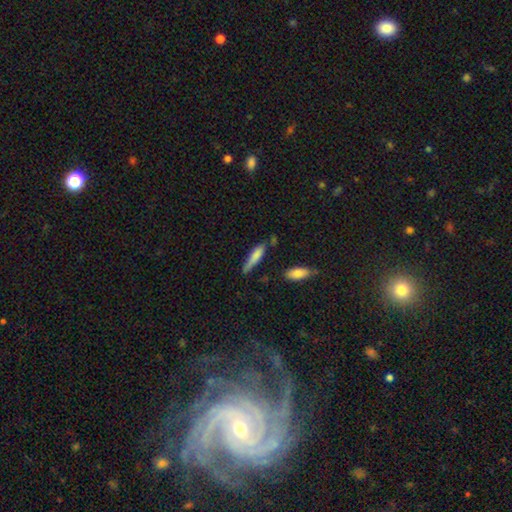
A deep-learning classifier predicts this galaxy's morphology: Smooth or featured? Predicted: smooth (p=0.75). How rounded? Predicted: cigar-shaped (p=0.79). Merging? Predicted: none (p=0.56).